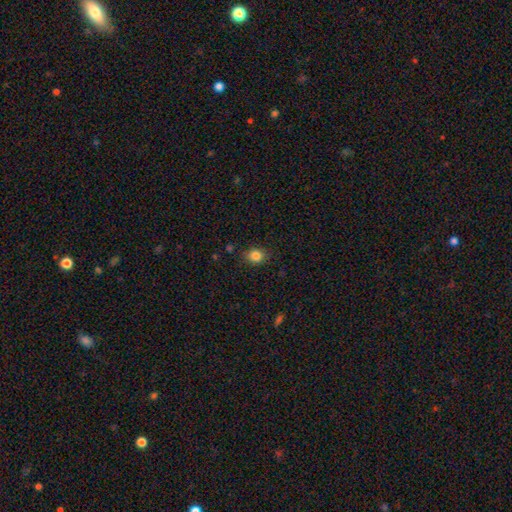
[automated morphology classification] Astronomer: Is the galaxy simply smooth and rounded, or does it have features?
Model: smooth — 84%.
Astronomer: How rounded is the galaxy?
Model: round — 60% (runner-up: in between, 39%).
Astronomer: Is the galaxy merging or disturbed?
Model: none — 85%.